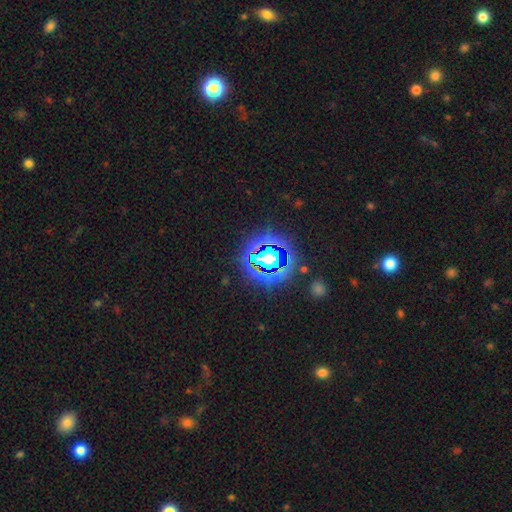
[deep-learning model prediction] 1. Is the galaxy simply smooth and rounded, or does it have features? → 79% star or artifact, 13% smooth, 8% featured or disk.